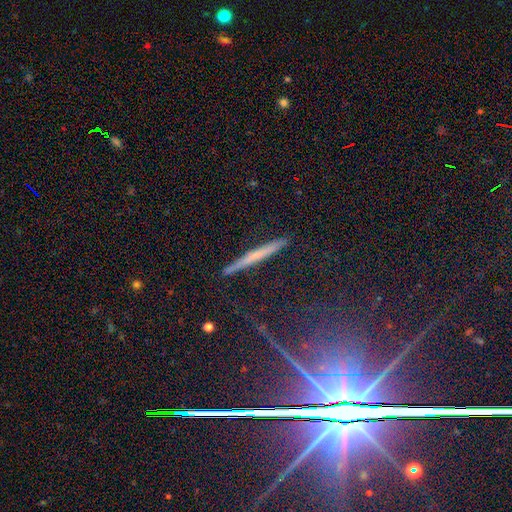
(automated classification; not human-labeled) Morphology: type=featured or disk (48%); merging=none (88%).